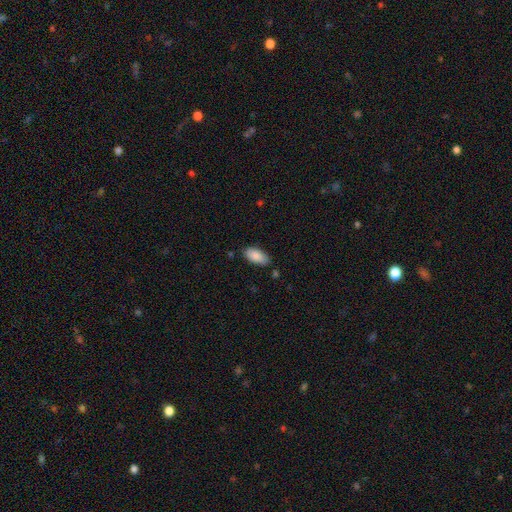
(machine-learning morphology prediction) Smooth or featured? smooth (88%)
How rounded? in between (91%)
Merging? none (81%)